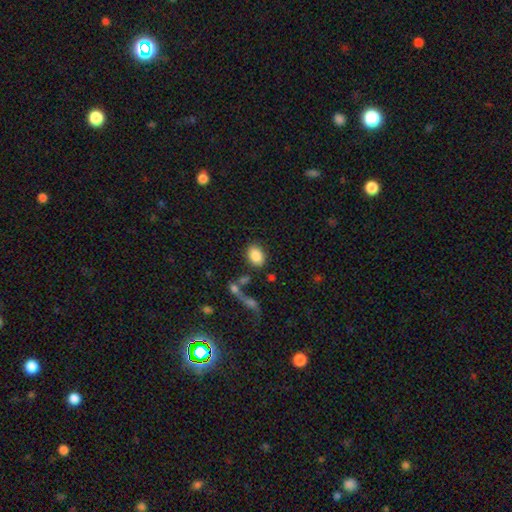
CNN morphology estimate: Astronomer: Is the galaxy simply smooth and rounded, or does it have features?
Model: smooth — 86%.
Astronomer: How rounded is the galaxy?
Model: in between — 79%.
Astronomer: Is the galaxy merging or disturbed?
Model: none — 77%.